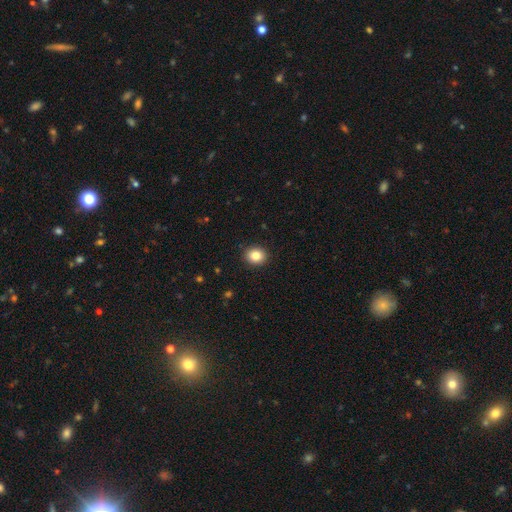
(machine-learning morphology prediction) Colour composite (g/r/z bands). It shows a smooth galaxy with no disk features (84%) that is round (71%). Merging: none (92%).